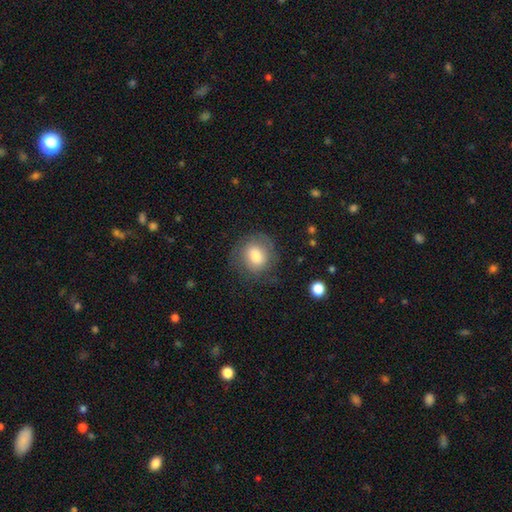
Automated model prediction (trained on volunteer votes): Smooth or featured?
  - smooth: 69% *
  - featured or disk: 23%
  - star or artifact: 8%
How rounded?
  - round: 78% *
  - in between: 21%
  - cigar-shaped: 1%
Merging?
  - none: 71% *
  - minor disturbance: 17%
  - major disturbance: 10%
  - merger: 1%